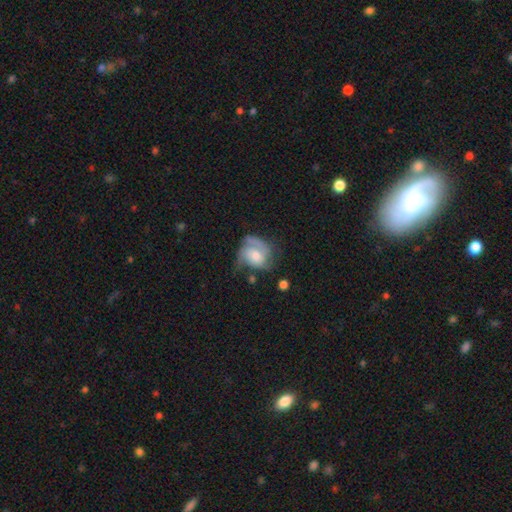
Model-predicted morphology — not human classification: This appears to be a featured or disk galaxy (69%) with no bar (67%), 2 (45%) tight (41%, tied with medium) spiral arms (89%) and a moderate central bulge (52%). Merging: none (45%).